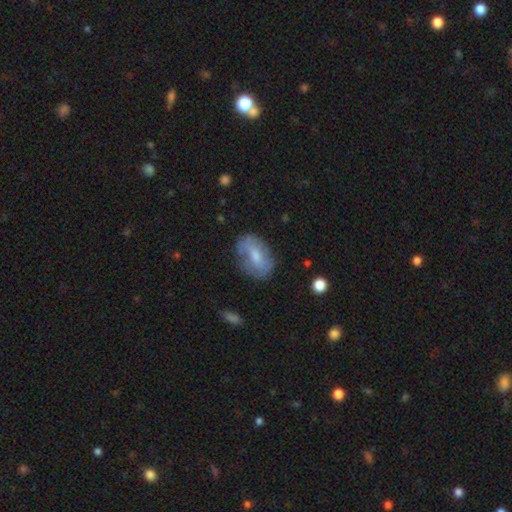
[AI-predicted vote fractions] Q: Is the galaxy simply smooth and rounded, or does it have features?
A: smooth — 58%.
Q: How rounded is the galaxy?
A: in between — 83%.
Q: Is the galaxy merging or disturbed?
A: none — 66%.